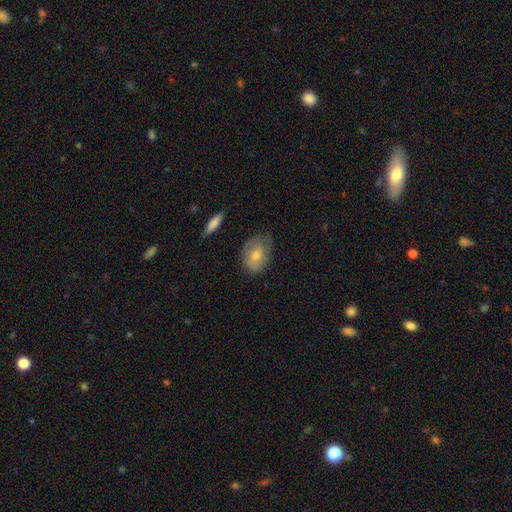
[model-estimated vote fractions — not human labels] Q: Smooth or featured?
A: smooth (55%); runner-up: featured or disk (36%)
Q: How rounded?
A: in between (78%); runner-up: round (20%)
Q: Merging?
A: none (66%); runner-up: minor disturbance (25%)